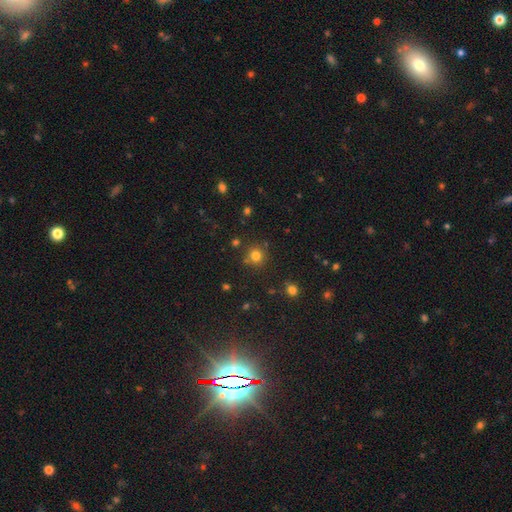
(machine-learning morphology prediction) smooth-or-featured: smooth: 76% | star or artifact: 17% | featured or disk: 6%
  how-rounded: round: 93% | in between: 7% | cigar-shaped: 1%
  merging: none: 82% | minor disturbance: 8% | merger: 7% | major disturbance: 3%